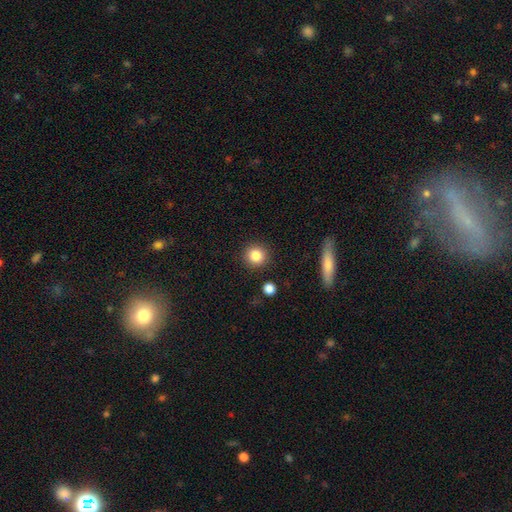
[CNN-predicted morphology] Overall: smooth (84%). How rounded: round (92%). Merging: none (89%).